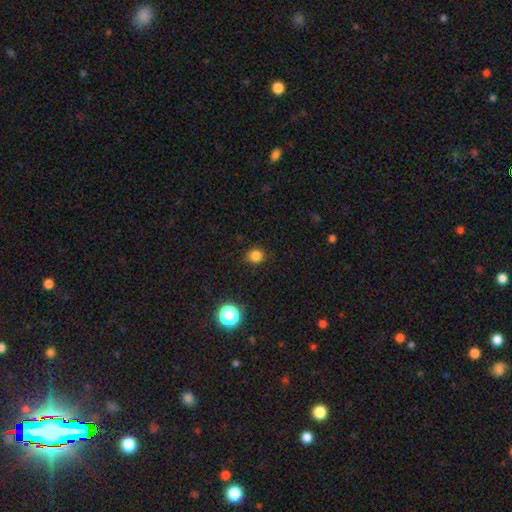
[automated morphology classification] This appears to be a smooth galaxy with no disk features (82%) that is round (88%). Merging: none (89%).